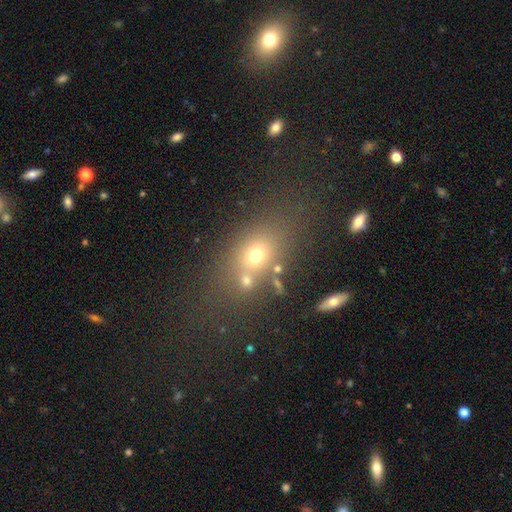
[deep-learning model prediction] Smooth or featured?
  - smooth: 61% *
  - star or artifact: 22%
  - featured or disk: 17%
How rounded?
  - in between: 60% *
  - round: 35%
  - cigar-shaped: 5%
Merging?
  - none: 60% *
  - merger: 19%
  - minor disturbance: 13%
  - major disturbance: 7%